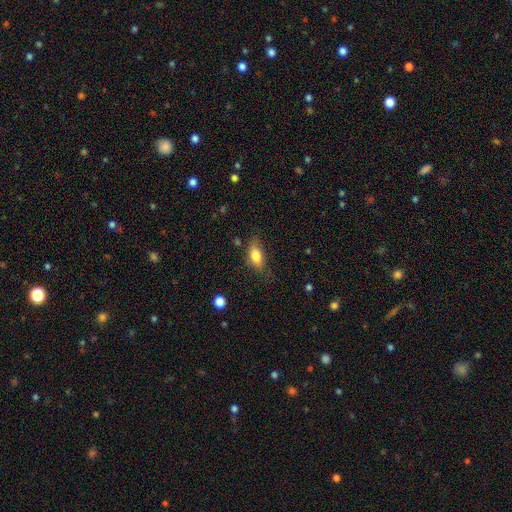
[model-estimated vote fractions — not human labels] Smooth or featured? Predicted: smooth (p=0.79). How rounded? Predicted: in between (p=0.84). Merging? Predicted: none (p=0.62).